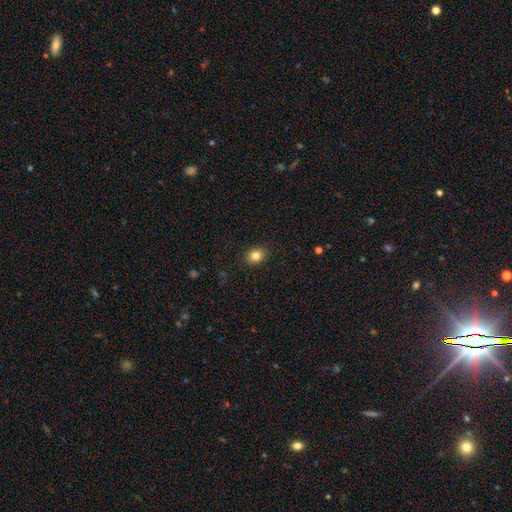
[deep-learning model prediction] Smooth or featured: smooth — 83% (star or artifact — 10%)
How rounded: in between — 56% (round — 43%)
Merging: none — 89% (minor disturbance — 8%)